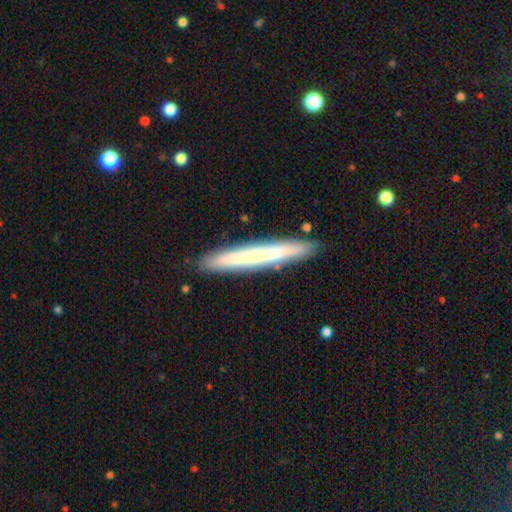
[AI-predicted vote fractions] smooth_or_featured: smooth (p=0.55) [alt: featured or disk p=0.38]
how_rounded: cigar-shaped (p=0.96) [alt: in between p=0.03]
merging: none (p=0.89) [alt: minor disturbance p=0.08]